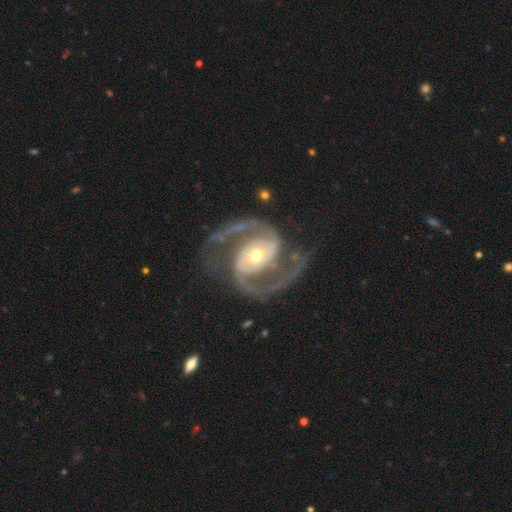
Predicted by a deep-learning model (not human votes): This appears to be a featured or disk galaxy (94%) with no bar (46%), 2 (93%) medium (61%) spiral arms (98%) and a moderate central bulge (69%). Merging: none (75%).